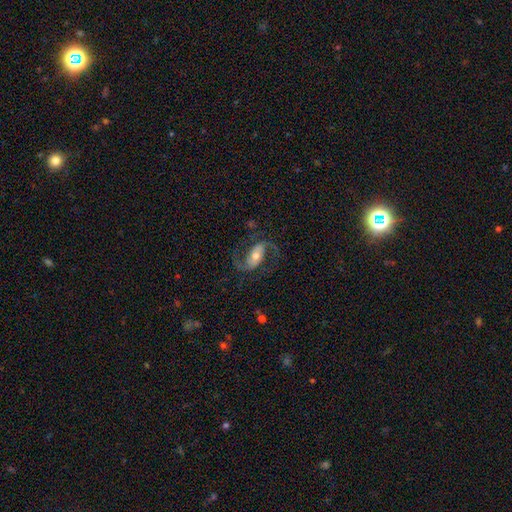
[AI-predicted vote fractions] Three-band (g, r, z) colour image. It shows a featured or disk galaxy (84%) with a weak bar (35%), 2 (93%) medium (46%) spiral arms (96%) and a moderate central bulge (60%). Merging: none (74%).